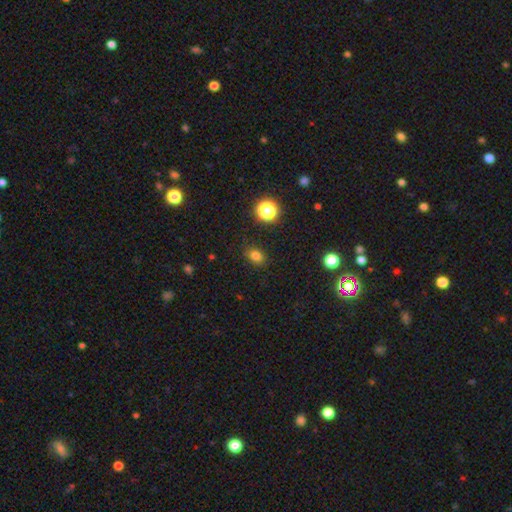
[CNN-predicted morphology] A smooth galaxy with no disk features (78%) that is in between round and cigar-shaped (60%). Merging: none (85%).